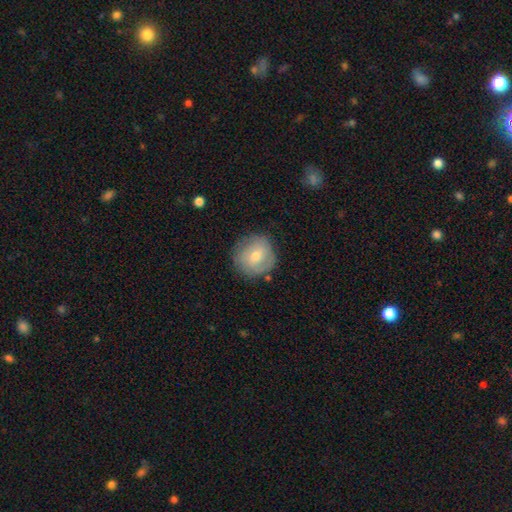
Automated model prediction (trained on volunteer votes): This appears to be a smooth galaxy with no disk features (55%) that is round (89%). Merging: none (78%).